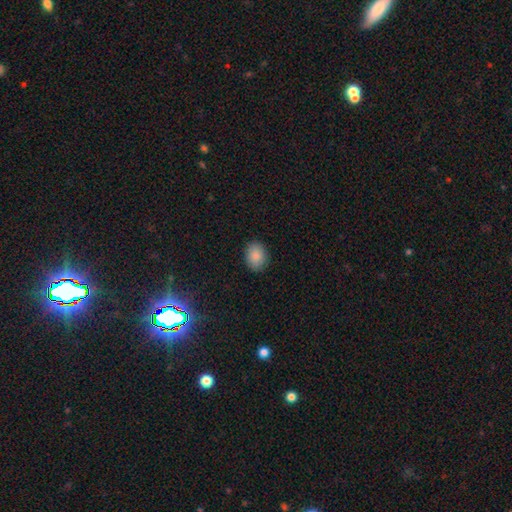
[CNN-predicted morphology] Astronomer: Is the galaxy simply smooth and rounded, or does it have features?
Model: smooth — 87%.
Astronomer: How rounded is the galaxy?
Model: in between — 54% (runner-up: round, 45%).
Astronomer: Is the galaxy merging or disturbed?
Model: none — 89%.